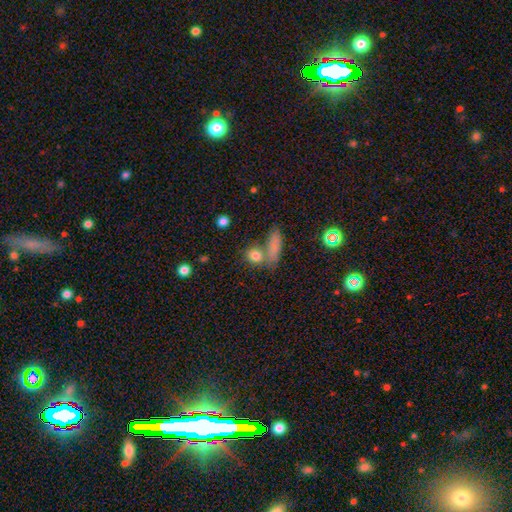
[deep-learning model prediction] smooth 80%, star or artifact 12%, featured or disk 9%. Down the decision tree: how rounded — round (48%); merging — none (58%).